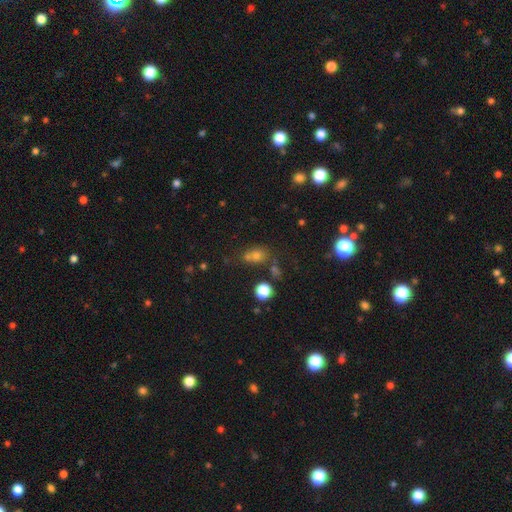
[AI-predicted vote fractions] The model was most divided on "how rounded": round: 58%, in between: 40%, cigar-shaped: 2%. More confident: smooth or featured — smooth (62%); merging — none (56%).